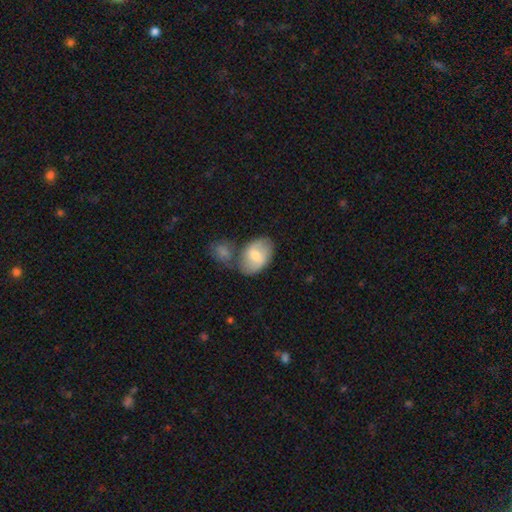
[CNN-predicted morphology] This is possibly a smooth galaxy (60%). How rounded: clearly in between (85%). Merging: possibly none (50%).